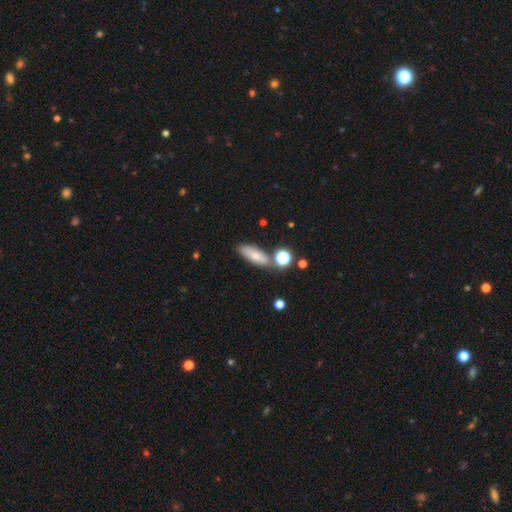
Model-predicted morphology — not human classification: Smooth or featured? Predicted: smooth (p=0.76). How rounded? Predicted: in between (p=0.58). Merging? Predicted: none (p=0.70).